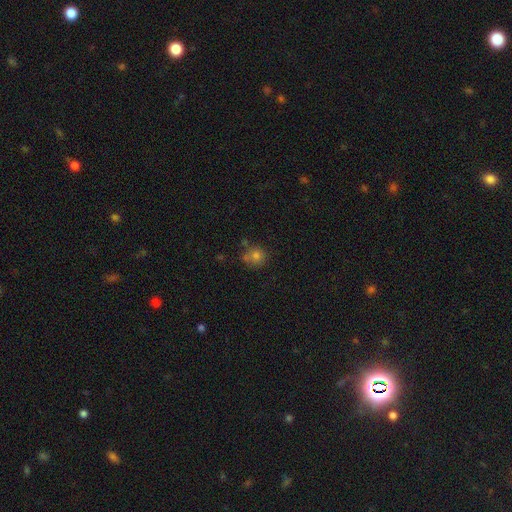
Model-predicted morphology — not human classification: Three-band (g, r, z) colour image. It shows a smooth galaxy with no disk features (76%) that is round (86%). Merging: none (64%).